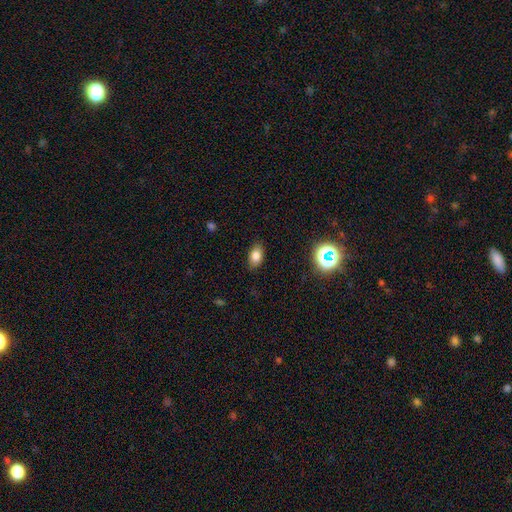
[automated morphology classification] This appears to be a smooth galaxy with no disk features (78%) that is in between round and cigar-shaped (86%). Merging: none (85%).